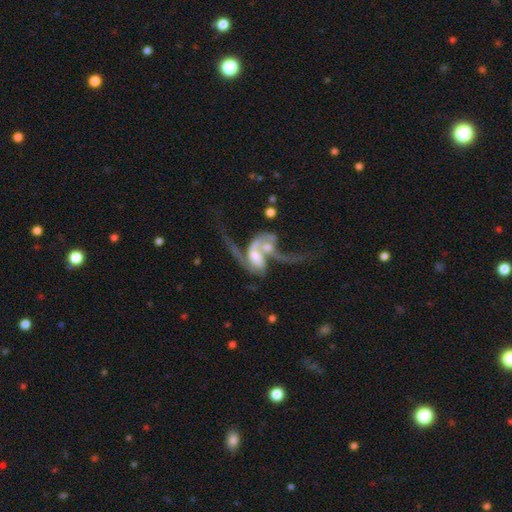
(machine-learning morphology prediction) featured or disk 78%, smooth 15%, star or artifact 7%. Down the decision tree: edge-on disk — no (95%); bar — no (52%); spiral arms — yes (85%); spiral arm count — 2 (70%); spiral winding — loose (75%); bulge size — moderate (34%); merging — merger (66%).